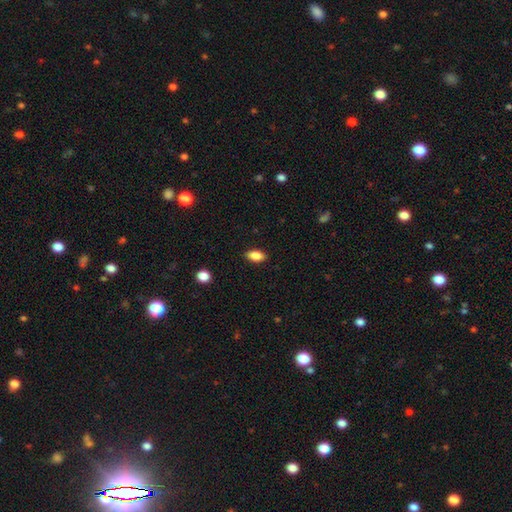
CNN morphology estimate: type=smooth (86%); roundness=in between (90%); merging=none (88%).